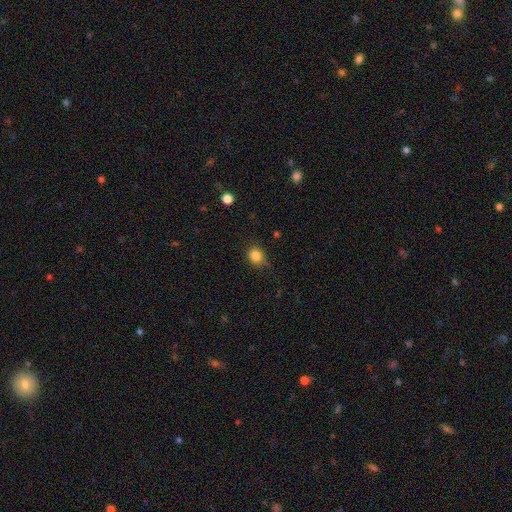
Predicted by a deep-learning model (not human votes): A smooth galaxy with no disk features (83%) that is round (77%). Merging: none (72%).